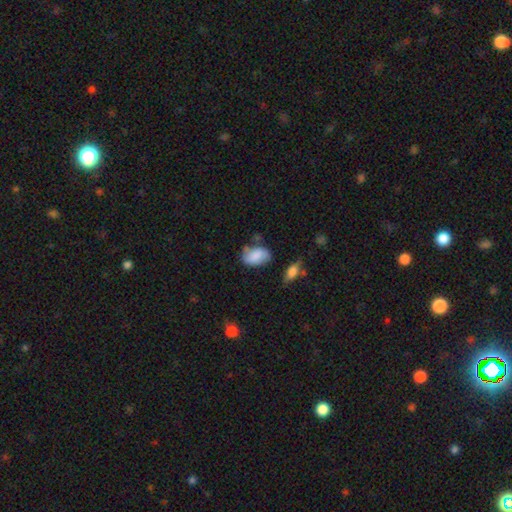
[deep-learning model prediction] smooth 77%, featured or disk 16%, star or artifact 8%. Down the decision tree: how rounded — in between (88%); merging — none (54%).